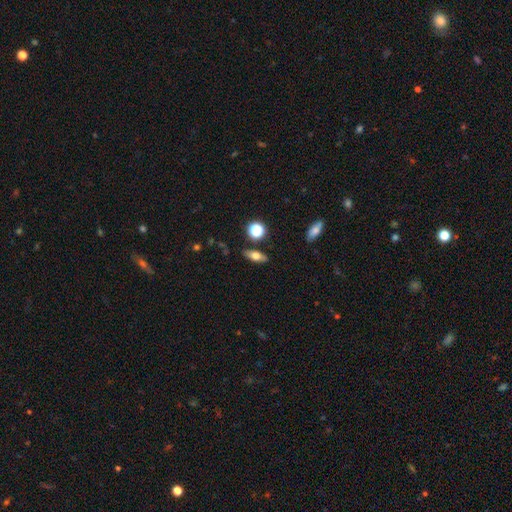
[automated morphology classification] This appears to be a smooth galaxy with no disk features (58%) that is in between round and cigar-shaped (65%). Merging: none (84%).